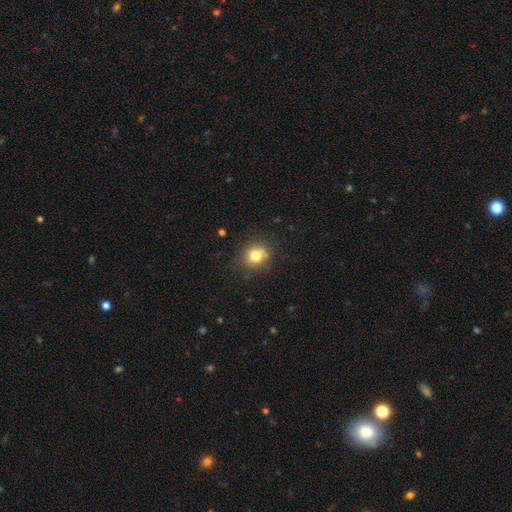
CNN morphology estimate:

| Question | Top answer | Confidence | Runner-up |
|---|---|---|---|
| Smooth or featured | smooth | 76% | star or artifact (13%) |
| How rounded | round | 84% | in between (15%) |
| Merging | none | 75% | minor disturbance (13%) |